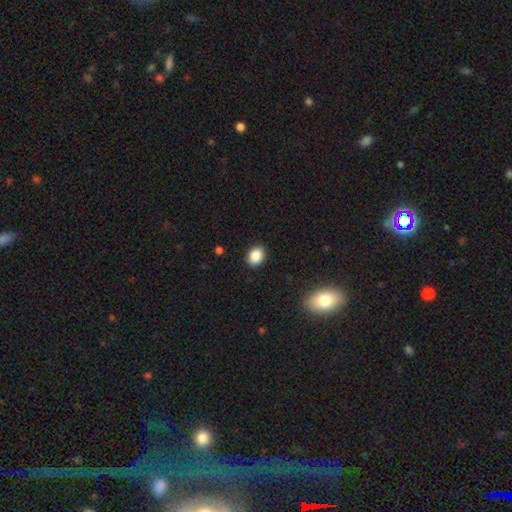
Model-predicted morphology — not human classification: smooth_or_featured: smooth (p=0.87) [alt: star or artifact p=0.09]
how_rounded: in between (p=0.64) [alt: round p=0.35]
merging: none (p=0.89) [alt: minor disturbance p=0.07]